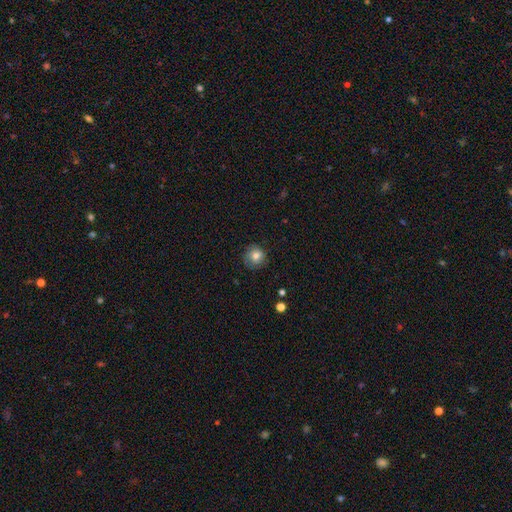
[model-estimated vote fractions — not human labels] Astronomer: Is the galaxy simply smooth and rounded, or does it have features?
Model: smooth — 72%.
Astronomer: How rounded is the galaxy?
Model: round — 89%.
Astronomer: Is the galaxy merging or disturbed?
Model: none — 76%.